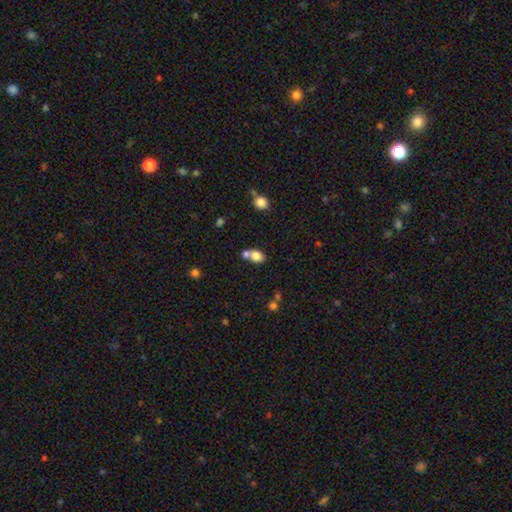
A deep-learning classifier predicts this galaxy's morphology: Overall: smooth (80%). How rounded: in between (64%; round 35%). Merging: merger (44%; none 41%).